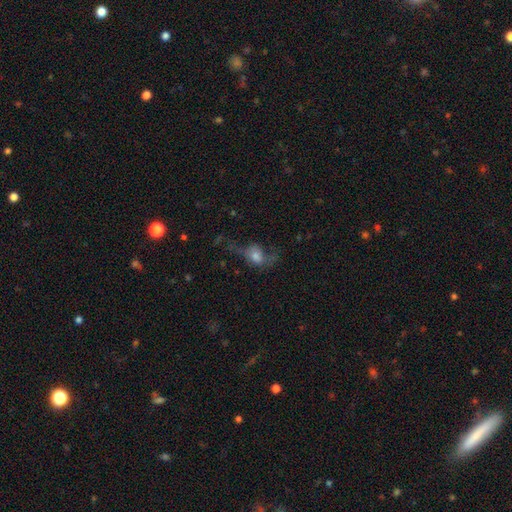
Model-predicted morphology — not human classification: Overall: smooth (52%; featured or disk 35%). How rounded: in between (53%; round 44%). Merging: major disturbance (45%; none 31%).